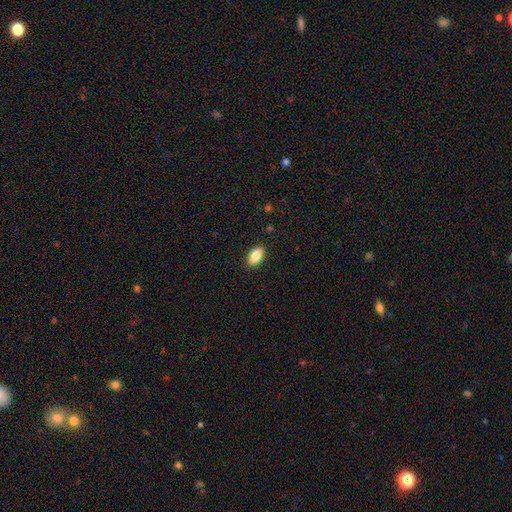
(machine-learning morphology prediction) smooth-or-featured: smooth: 84% | featured or disk: 9% | star or artifact: 7%
  how-rounded: in between: 91% | round: 4% | cigar-shaped: 4%
  merging: none: 89% | minor disturbance: 8% | major disturbance: 2% | merger: 1%